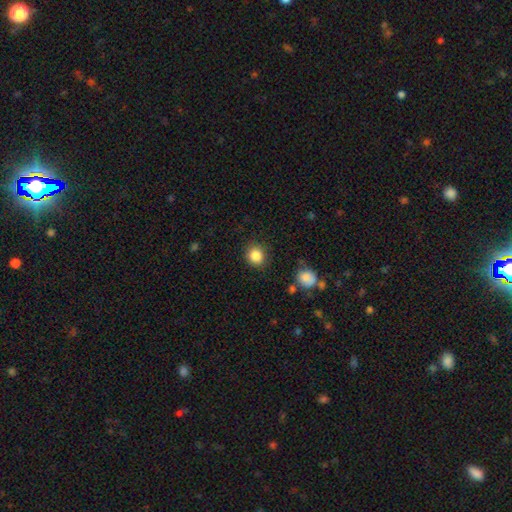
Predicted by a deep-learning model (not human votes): This appears to be a smooth galaxy with no disk features (86%) that is round (85%). Merging: none (87%).